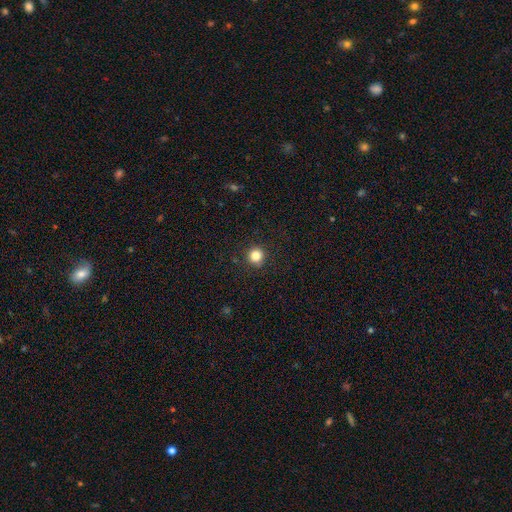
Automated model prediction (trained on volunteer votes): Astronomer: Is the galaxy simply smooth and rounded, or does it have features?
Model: smooth — 83%.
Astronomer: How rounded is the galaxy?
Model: round — 94%.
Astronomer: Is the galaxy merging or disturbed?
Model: none — 91%.